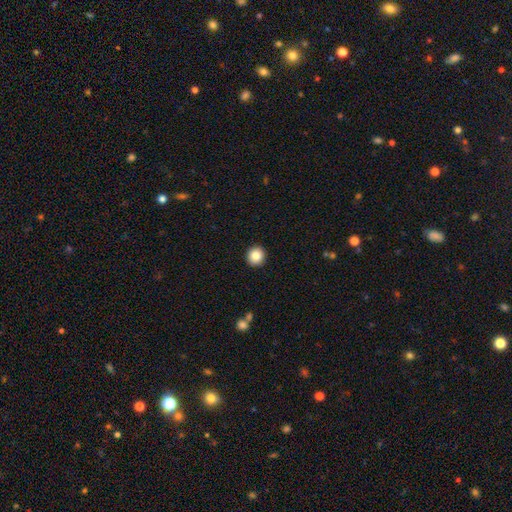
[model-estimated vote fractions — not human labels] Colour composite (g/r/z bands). It shows a smooth galaxy with no disk features (85%) that is round (92%). Merging: none (93%).